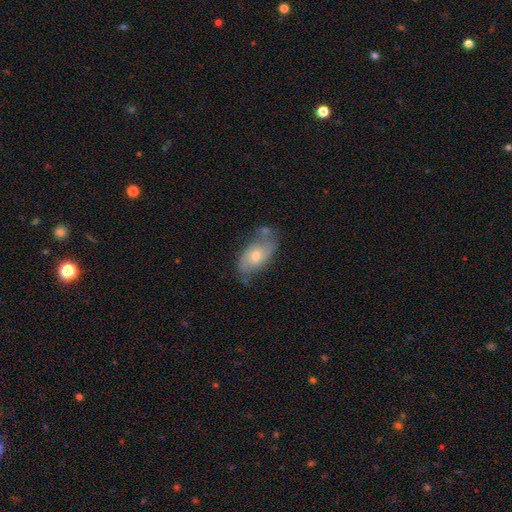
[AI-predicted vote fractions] Morphology: type=smooth (52%); roundness=in between (90%); merging=none (55%).